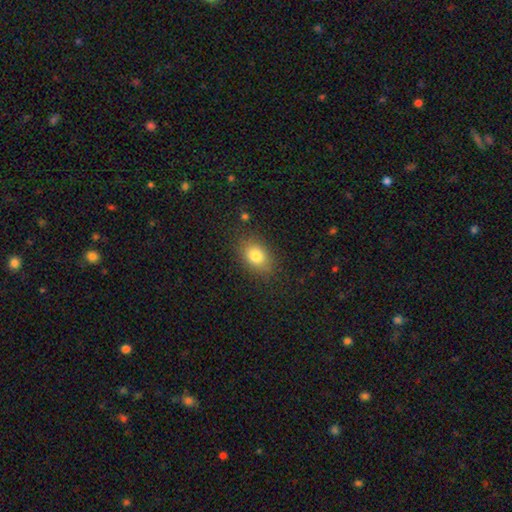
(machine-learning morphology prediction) type=smooth (80%); roundness=in between (75%); merging=none (83%).